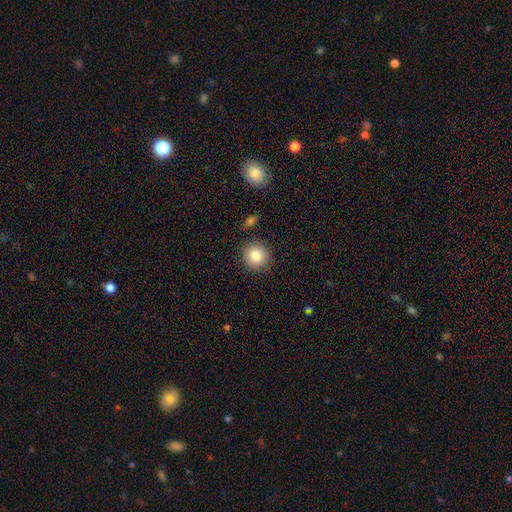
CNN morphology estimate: A smooth galaxy with no disk features (85%) that is round (91%).

Vote fractions:
- Smooth or featured? smooth: 85% / star or artifact: 9% / featured or disk: 7%
- How rounded? round: 91% / in between: 8% / cigar-shaped: 1%
- Merging? none: 88% / minor disturbance: 8% / major disturbance: 2% / merger: 2%